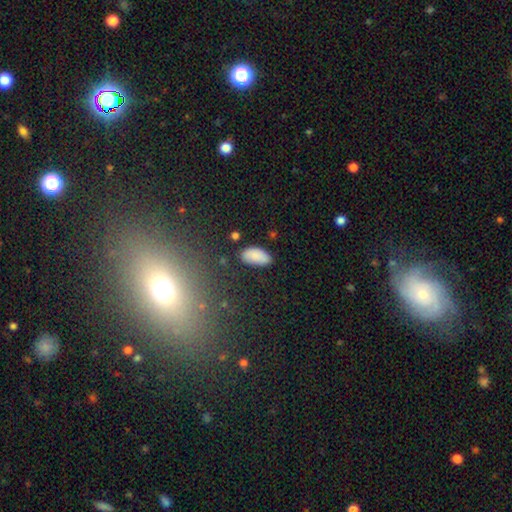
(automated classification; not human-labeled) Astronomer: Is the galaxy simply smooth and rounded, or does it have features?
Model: smooth — 86%.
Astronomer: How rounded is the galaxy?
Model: in between — 93%.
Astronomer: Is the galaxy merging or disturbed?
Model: none — 78%.